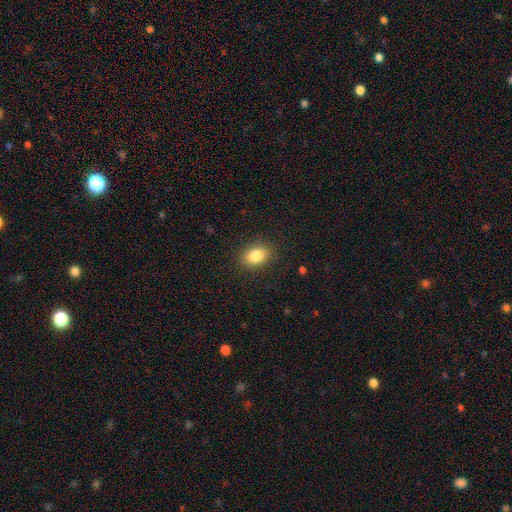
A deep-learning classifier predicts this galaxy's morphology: Q: Smooth or featured?
A: smooth (85%); runner-up: star or artifact (9%)
Q: How rounded?
A: in between (79%); runner-up: round (20%)
Q: Merging?
A: none (87%); runner-up: minor disturbance (9%)